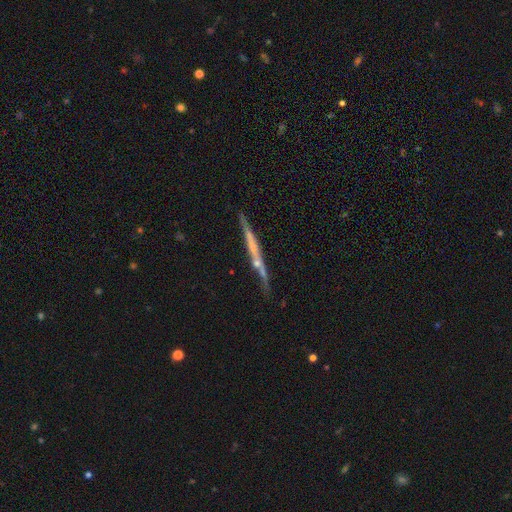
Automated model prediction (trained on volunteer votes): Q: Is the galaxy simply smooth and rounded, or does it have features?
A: featured or disk — 64%.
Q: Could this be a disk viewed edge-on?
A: yes — 96%.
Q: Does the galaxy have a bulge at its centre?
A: none — 74%.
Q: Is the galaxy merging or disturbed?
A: none — 80%.